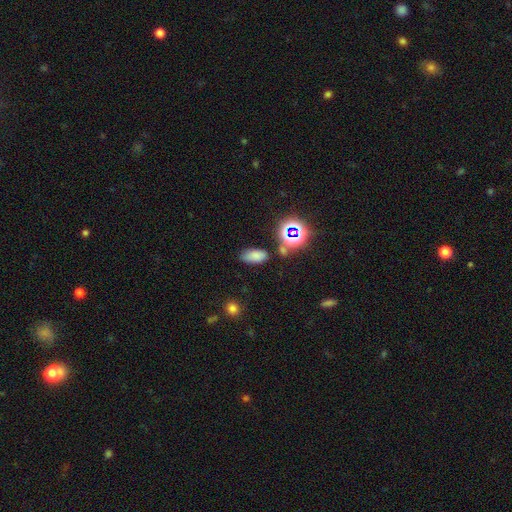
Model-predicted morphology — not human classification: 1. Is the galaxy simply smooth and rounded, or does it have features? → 72% smooth, 21% star or artifact, 7% featured or disk.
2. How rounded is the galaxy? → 89% in between, 6% round, 5% cigar-shaped.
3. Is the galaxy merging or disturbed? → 76% none, 13% minor disturbance, 6% merger, 4% major disturbance.